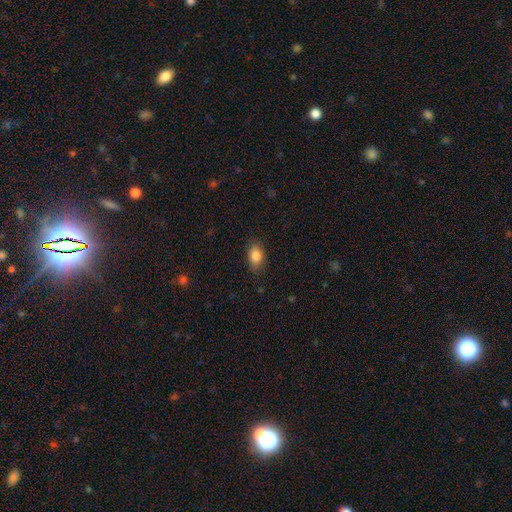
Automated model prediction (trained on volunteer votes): smooth 85%, star or artifact 8%, featured or disk 7%. Down the decision tree: how rounded — in between (85%); merging — none (82%).